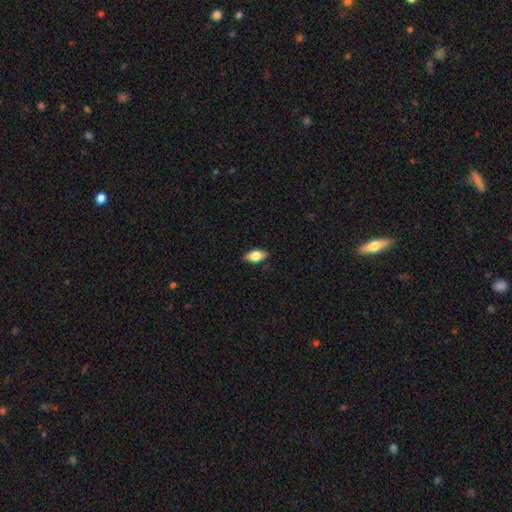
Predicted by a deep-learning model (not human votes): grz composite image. It shows a smooth galaxy with no disk features (72%) that is in between round and cigar-shaped (90%). Merging: none (88%).